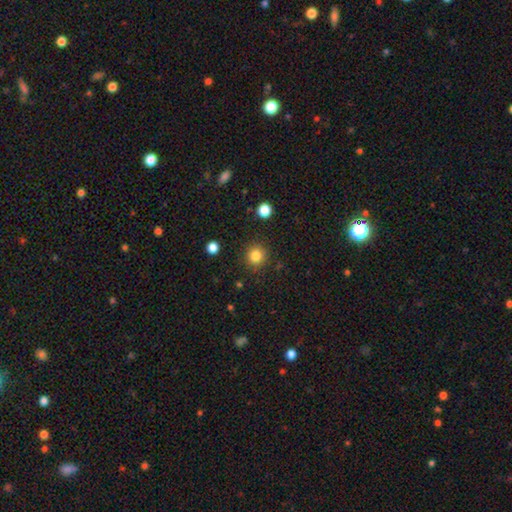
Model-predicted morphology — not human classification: A smooth galaxy with no disk features (84%) that is round (92%).

Vote fractions:
- Smooth or featured? smooth: 84% / star or artifact: 12% / featured or disk: 5%
- How rounded? round: 92% / in between: 7% / cigar-shaped: 1%
- Merging? none: 89% / minor disturbance: 7% / major disturbance: 2% / merger: 2%